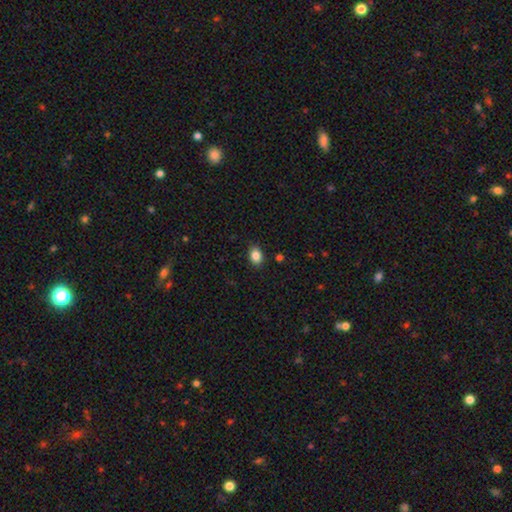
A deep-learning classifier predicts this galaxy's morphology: A smooth galaxy with no disk features (86%) that is in between round and cigar-shaped (73%). Merging: none (87%).